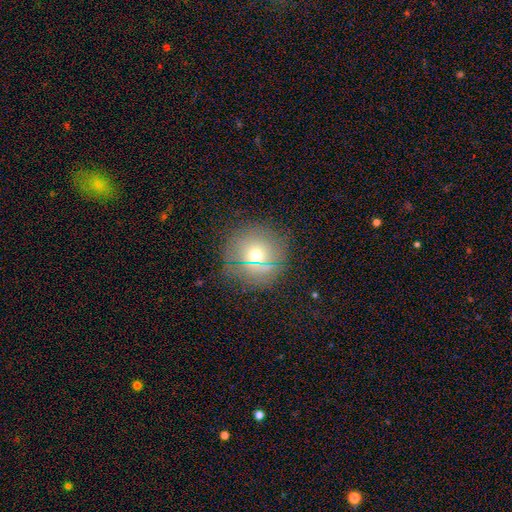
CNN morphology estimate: type=smooth (64%); roundness=round (94%); merging=none (84%).